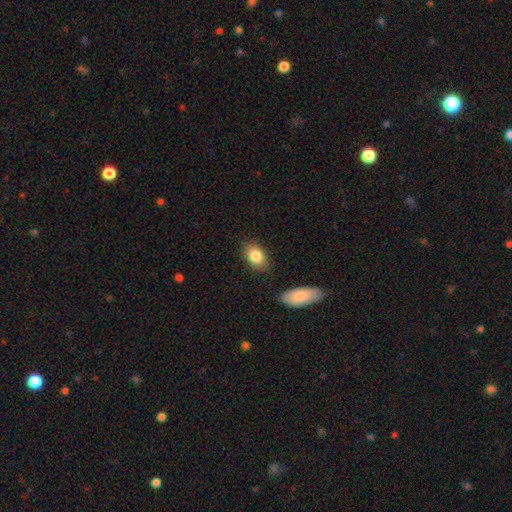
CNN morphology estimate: Smooth or featured: smooth — 84% (featured or disk — 9%)
How rounded: in between — 85% (round — 13%)
Merging: none — 82% (minor disturbance — 12%)